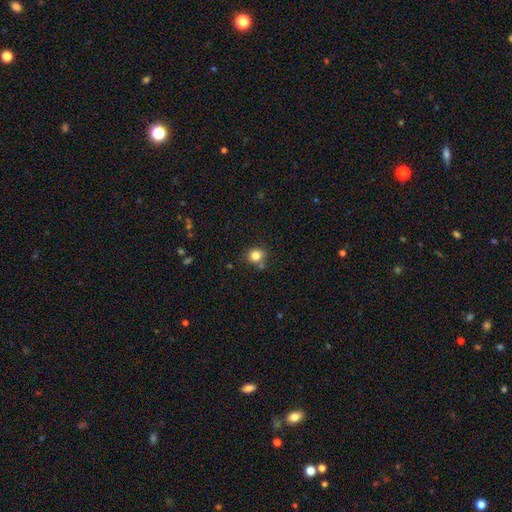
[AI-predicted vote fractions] smooth_or_featured: smooth (p=0.83) [alt: star or artifact p=0.12]
how_rounded: round (p=0.76) [alt: in between p=0.23]
merging: none (p=0.73) [alt: minor disturbance p=0.13]